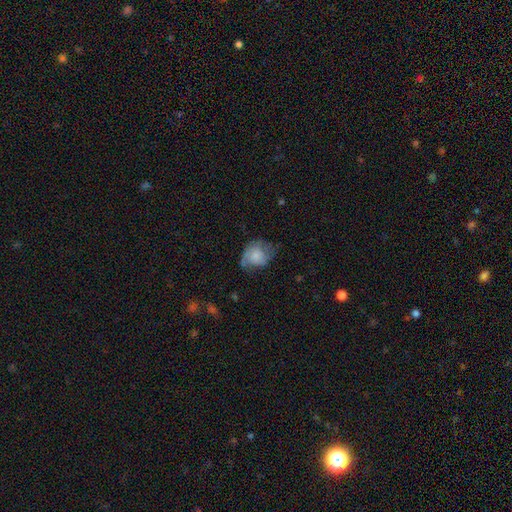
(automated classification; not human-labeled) smooth-or-featured: smooth: 62% | featured or disk: 30% | star or artifact: 8%
  how-rounded: round: 53% | in between: 46% | cigar-shaped: 1%
  merging: none: 40% | minor disturbance: 35% | major disturbance: 23% | merger: 2%